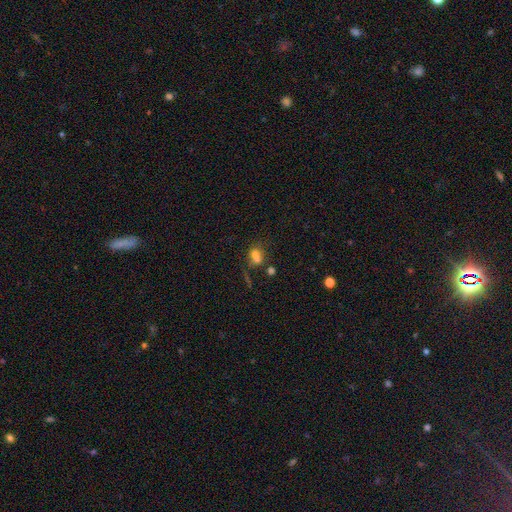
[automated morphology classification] type=smooth (66%); roundness=in between (49%); merging=merger (51%).